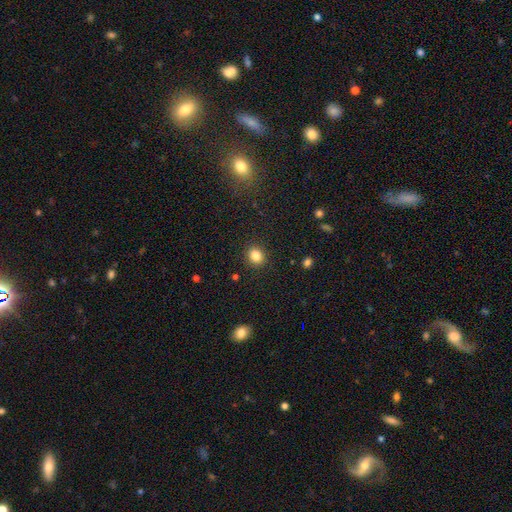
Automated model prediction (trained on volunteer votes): smooth 84%, star or artifact 11%, featured or disk 5%. Down the decision tree: how rounded — round (66%); merging — none (89%).